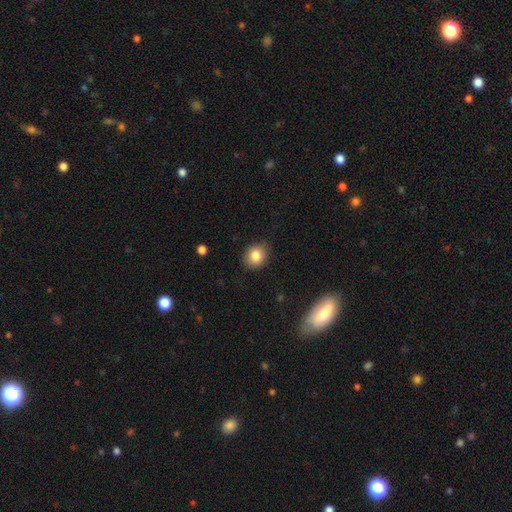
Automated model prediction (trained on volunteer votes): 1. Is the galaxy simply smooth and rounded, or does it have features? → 83% smooth, 9% star or artifact, 7% featured or disk.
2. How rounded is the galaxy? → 65% round, 34% in between, 1% cigar-shaped.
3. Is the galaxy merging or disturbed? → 83% none, 13% minor disturbance, 3% major disturbance, 1% merger.